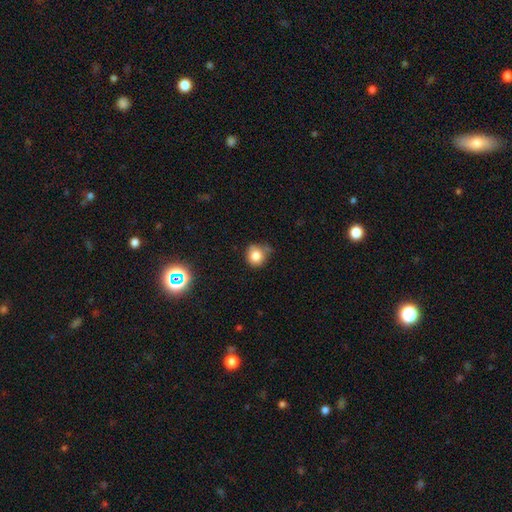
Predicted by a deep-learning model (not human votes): The model was most divided on "merging": none: 56%, minor disturbance: 31%, major disturbance: 7%, merger: 5%. More confident: how rounded — round (86%); smooth or featured — smooth (80%).